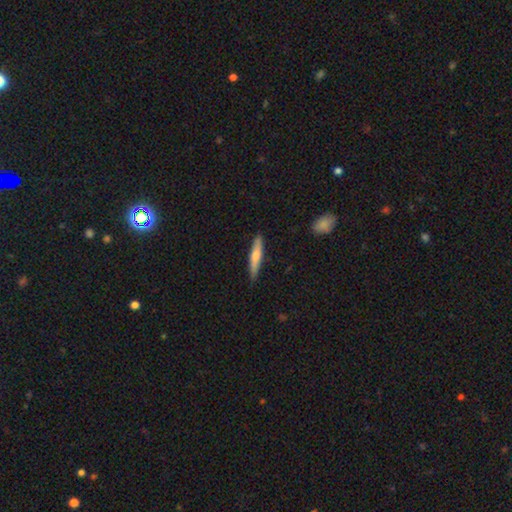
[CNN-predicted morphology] smooth-or-featured: smooth: 62% | featured or disk: 32% | star or artifact: 6%
  how-rounded: cigar-shaped: 88% | in between: 11% | round: 2%
  merging: none: 87% | minor disturbance: 10% | major disturbance: 2% | merger: 1%